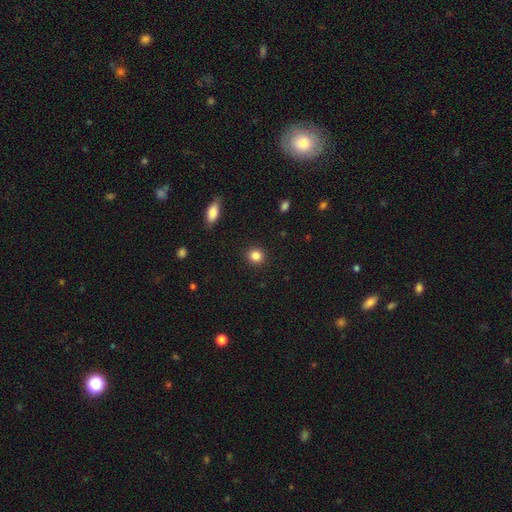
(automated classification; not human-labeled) A smooth galaxy with no disk features (85%) that is round (88%).

Vote fractions:
- Smooth or featured? smooth: 85% / star or artifact: 10% / featured or disk: 4%
- How rounded? round: 88% / in between: 11% / cigar-shaped: 1%
- Merging? none: 92% / minor disturbance: 5% / major disturbance: 2% / merger: 1%